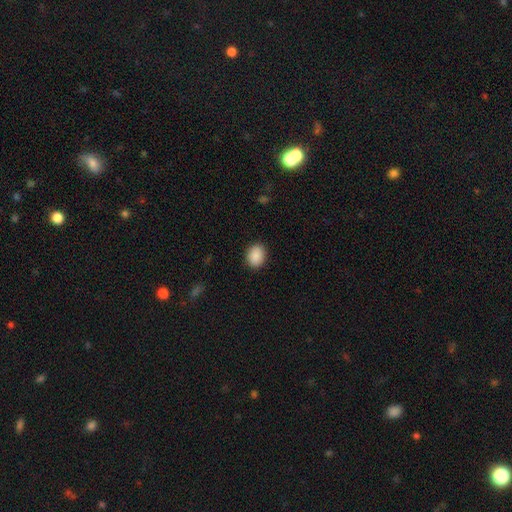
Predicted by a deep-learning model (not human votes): smooth 90%, star or artifact 7%, featured or disk 3%. Down the decision tree: how rounded — in between (51%); merging — none (90%).